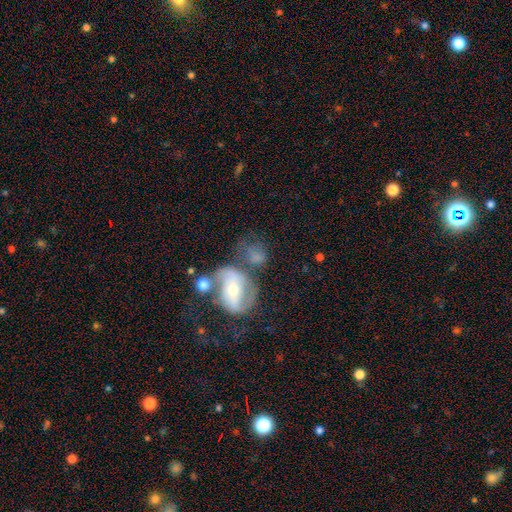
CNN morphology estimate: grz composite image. It shows a featured or disk galaxy (52%). Merging: none (34%).